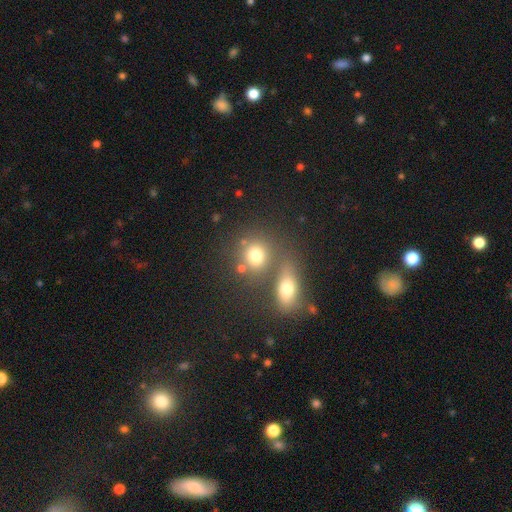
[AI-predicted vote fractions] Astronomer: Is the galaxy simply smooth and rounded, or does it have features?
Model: smooth — 75%.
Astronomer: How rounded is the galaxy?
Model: round — 72%.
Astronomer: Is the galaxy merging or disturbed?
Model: none — 53% (runner-up: merger, 33%).